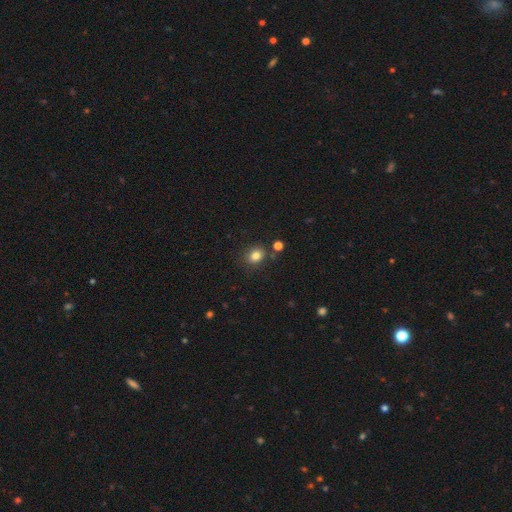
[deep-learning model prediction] smooth_or_featured: smooth (p=0.82) [alt: star or artifact p=0.12]
how_rounded: round (p=0.55) [alt: in between p=0.44]
merging: none (p=0.78) [alt: minor disturbance p=0.12]